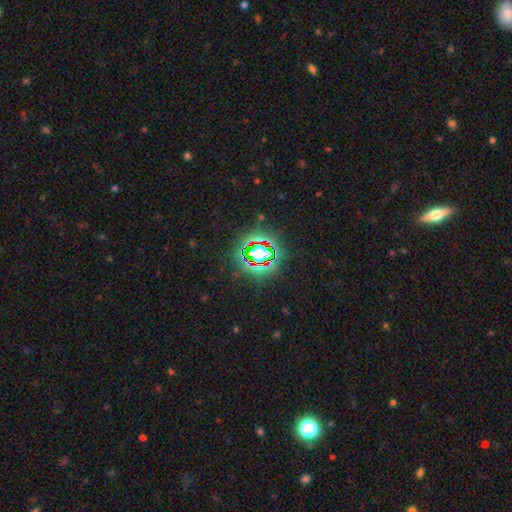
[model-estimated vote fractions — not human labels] Smooth or featured?
  - star or artifact: 80% *
  - smooth: 12%
  - featured or disk: 8%